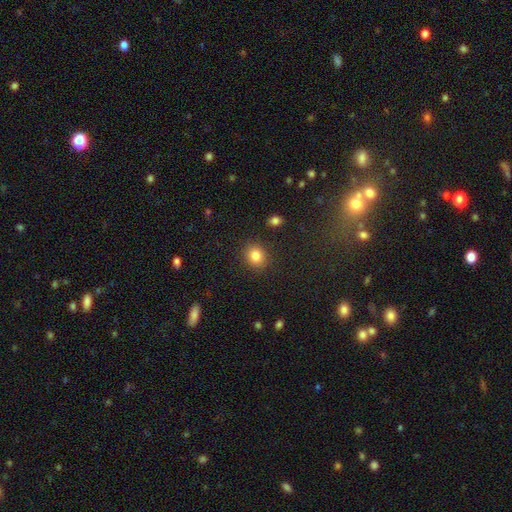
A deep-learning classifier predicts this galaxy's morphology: A smooth galaxy with no disk features (84%) that is round (69%).

Vote fractions:
- Smooth or featured? smooth: 84% / star or artifact: 10% / featured or disk: 6%
- How rounded? round: 69% / in between: 30% / cigar-shaped: 1%
- Merging? none: 88% / minor disturbance: 7% / major disturbance: 3% / merger: 2%